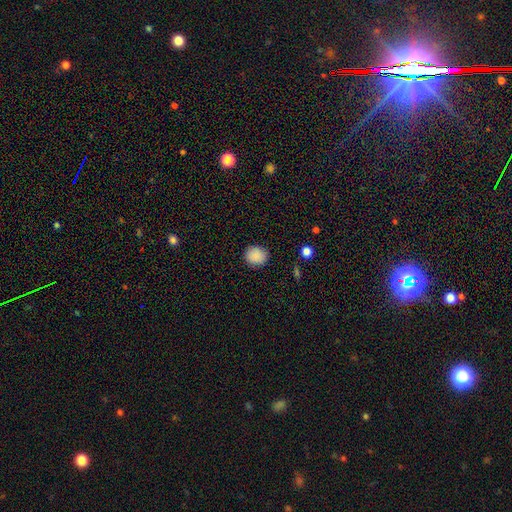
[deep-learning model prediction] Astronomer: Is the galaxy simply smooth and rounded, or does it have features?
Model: smooth — 89%.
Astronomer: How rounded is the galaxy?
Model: round — 80%.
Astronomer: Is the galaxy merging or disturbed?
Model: none — 88%.